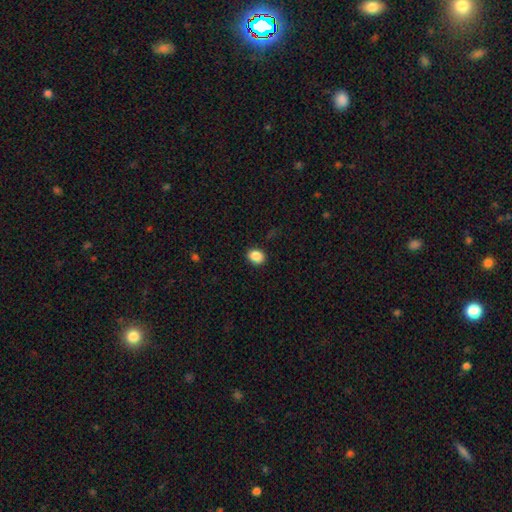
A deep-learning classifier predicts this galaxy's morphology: Smooth or featured? smooth (87%)
How rounded? round (51%)
Merging? none (87%)